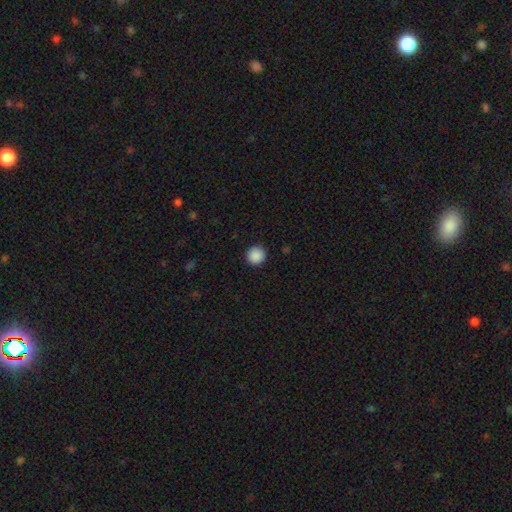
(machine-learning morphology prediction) A smooth galaxy with no disk features (89%) that is round (95%). Merging: none (92%).